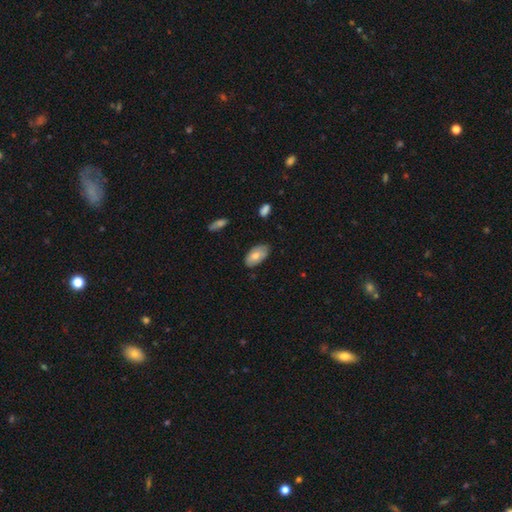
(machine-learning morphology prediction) Overall: smooth (70%). How rounded: in between (94%). Merging: none (72%).